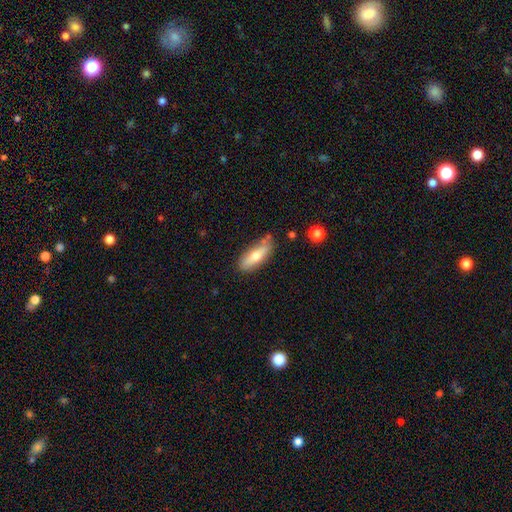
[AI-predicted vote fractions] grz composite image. It shows a smooth galaxy with no disk features (63%) that is in between round and cigar-shaped (58%). Merging: none (73%).